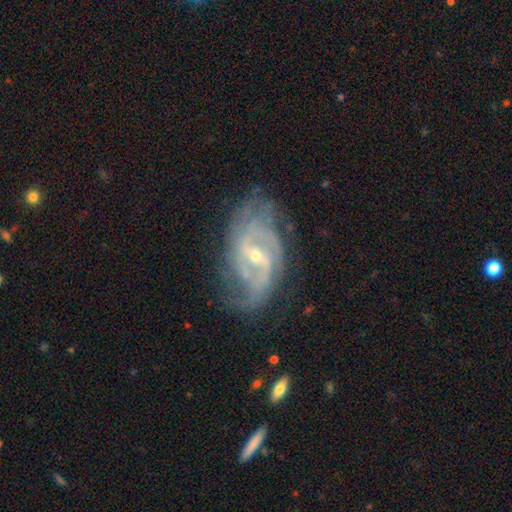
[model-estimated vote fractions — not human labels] This is clearly a featured or disk galaxy (89%). It is clearly not viewed edge-on (96%). Bar: possibly weak (49%). Spiral arm pattern: clearly yes (96%). Spiral arm count: possibly 2 (53%). Spiral winding: possibly medium (46%). Central bulge: likely small (67%). Merging: likely none (67%).